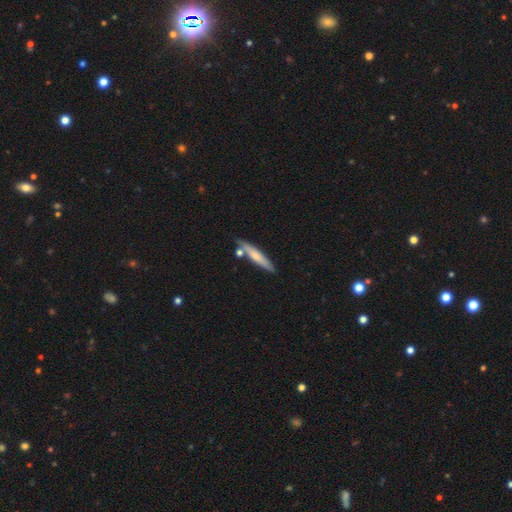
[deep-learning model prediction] smooth-or-featured: smooth: 64% | featured or disk: 31% | star or artifact: 6%
  how-rounded: cigar-shaped: 89% | in between: 9% | round: 2%
  merging: none: 71% | minor disturbance: 15% | merger: 11% | major disturbance: 3%